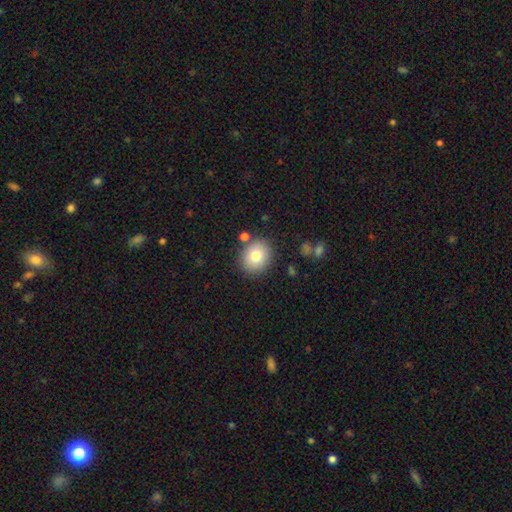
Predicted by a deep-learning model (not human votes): Q: Smooth or featured?
A: smooth (80%); runner-up: featured or disk (11%)
Q: How rounded?
A: round (75%); runner-up: in between (24%)
Q: Merging?
A: none (83%); runner-up: minor disturbance (9%)